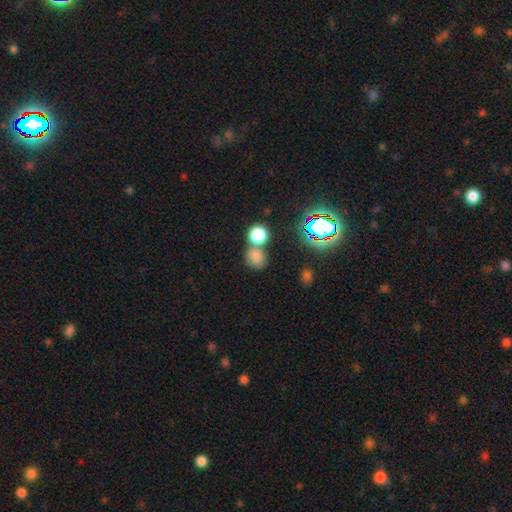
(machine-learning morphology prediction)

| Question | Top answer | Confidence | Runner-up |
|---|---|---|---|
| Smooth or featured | smooth | 76% | star or artifact (17%) |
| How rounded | round | 73% | in between (26%) |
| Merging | none | 48% | merger (39%) |